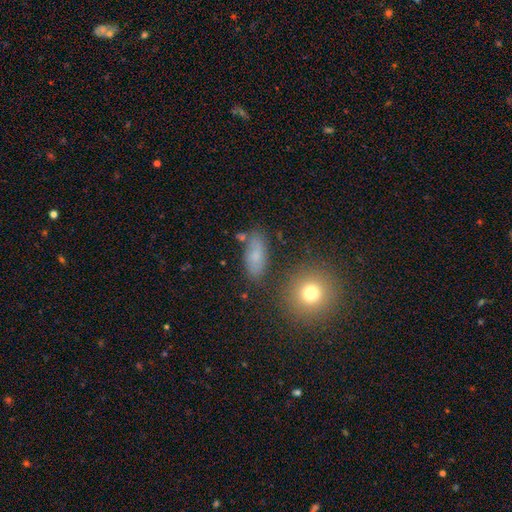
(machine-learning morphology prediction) Smooth or featured? smooth (66%)
How rounded? in between (78%)
Merging? none (73%)